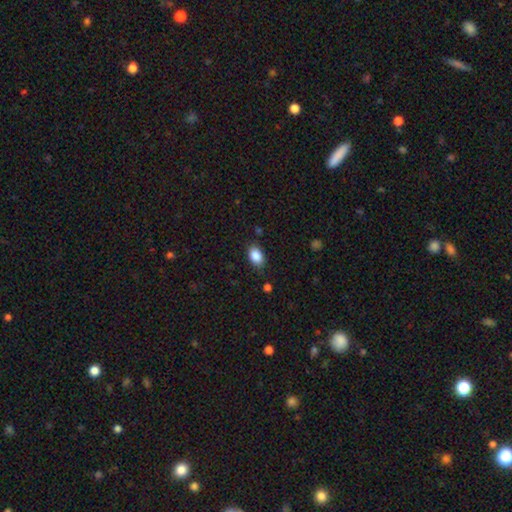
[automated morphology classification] This is clearly a smooth galaxy (88%). How rounded: clearly in between (86%). Merging: clearly none (82%).